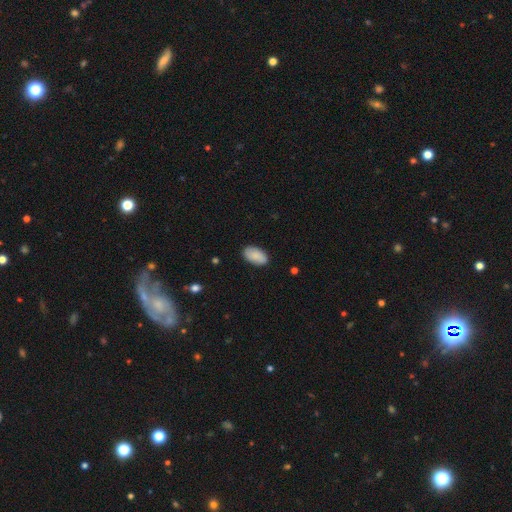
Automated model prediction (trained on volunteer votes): smooth 89%, star or artifact 6%, featured or disk 5%. Down the decision tree: how rounded — in between (95%); merging — none (87%).